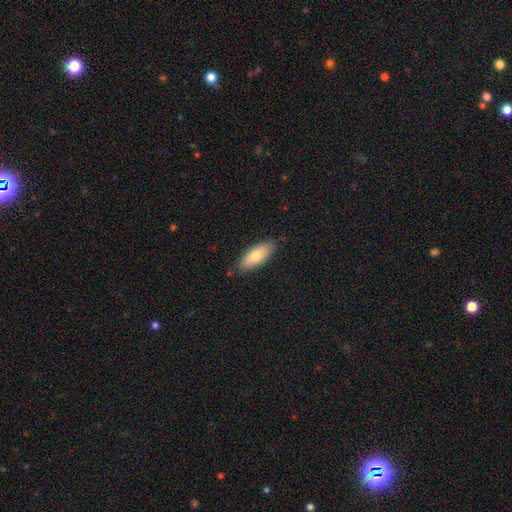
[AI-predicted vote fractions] A smooth galaxy with no disk features (74%) that is in between round and cigar-shaped (79%).

Vote fractions:
- Smooth or featured? smooth: 74% / featured or disk: 20% / star or artifact: 6%
- How rounded? in between: 79% / cigar-shaped: 19% / round: 2%
- Merging? none: 84% / minor disturbance: 13% / major disturbance: 2% / merger: 1%